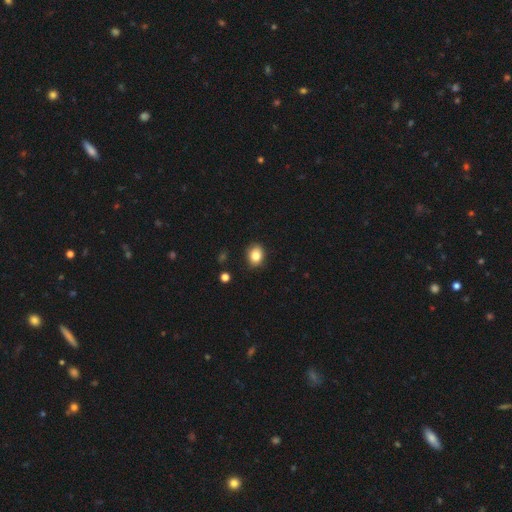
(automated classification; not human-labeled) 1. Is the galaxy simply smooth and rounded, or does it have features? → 84% smooth, 10% star or artifact, 6% featured or disk.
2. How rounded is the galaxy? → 50% round, 49% in between, 1% cigar-shaped.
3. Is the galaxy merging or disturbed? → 84% none, 12% minor disturbance, 2% major disturbance, 2% merger.